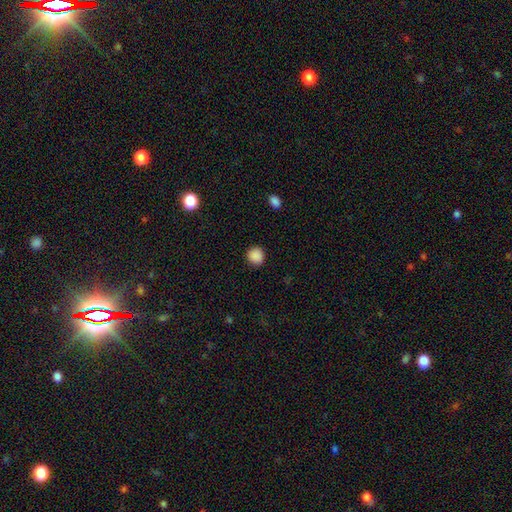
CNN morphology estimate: Q: Smooth or featured?
A: smooth (88%); runner-up: star or artifact (9%)
Q: How rounded?
A: round (91%); runner-up: in between (8%)
Q: Merging?
A: none (90%); runner-up: minor disturbance (7%)